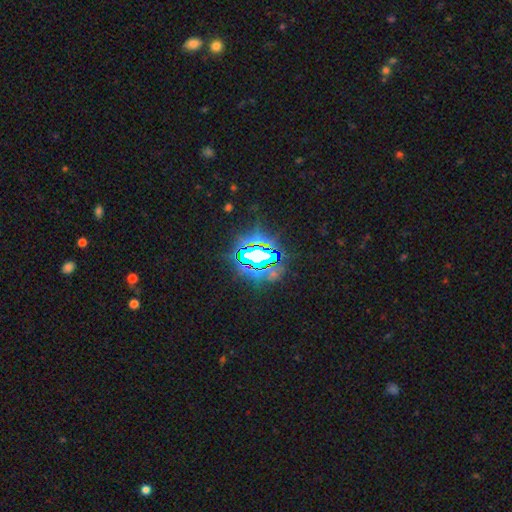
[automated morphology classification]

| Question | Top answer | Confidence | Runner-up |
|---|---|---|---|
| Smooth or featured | star or artifact | 77% | smooth (12%) |